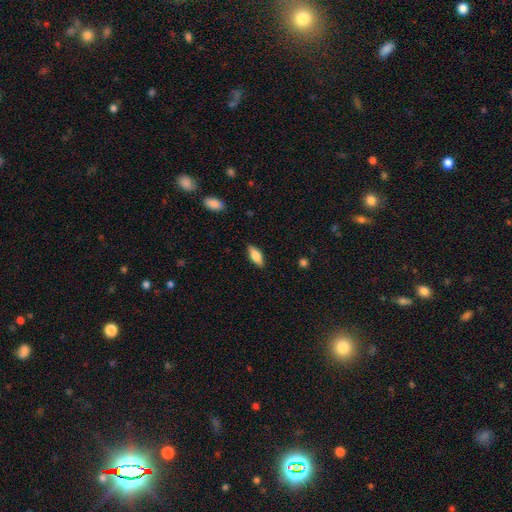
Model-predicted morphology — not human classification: Smooth or featured? smooth (74%)
How rounded? in between (69%)
Merging? none (86%)